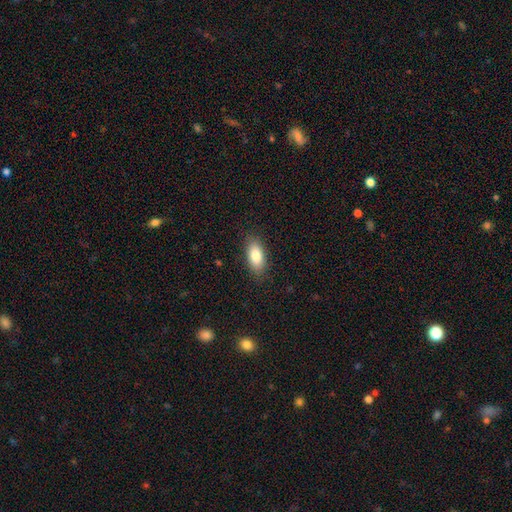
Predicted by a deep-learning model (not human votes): Overall: smooth (83%). How rounded: in between (89%). Merging: none (86%).